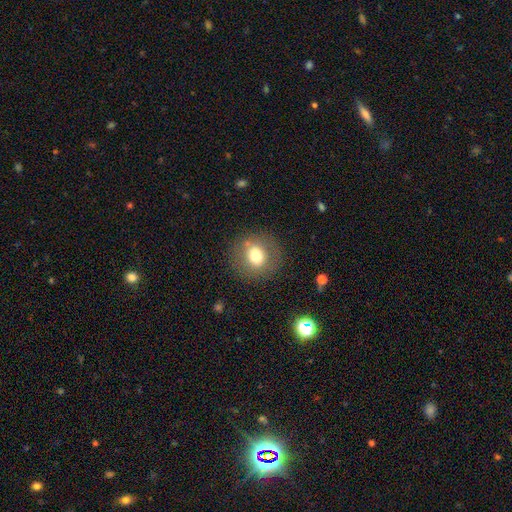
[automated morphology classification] Smooth or featured? smooth (72%)
How rounded? round (84%)
Merging? none (83%)